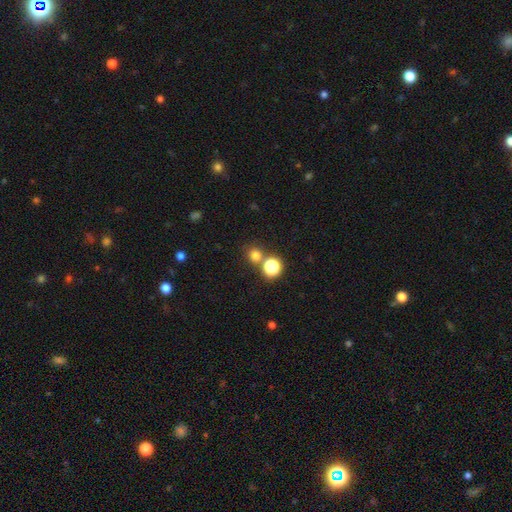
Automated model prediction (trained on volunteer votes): smooth_or_featured: smooth (p=0.74) [alt: star or artifact p=0.21]
how_rounded: round (p=0.89) [alt: in between p=0.10]
merging: none (p=0.71) [alt: merger p=0.19]